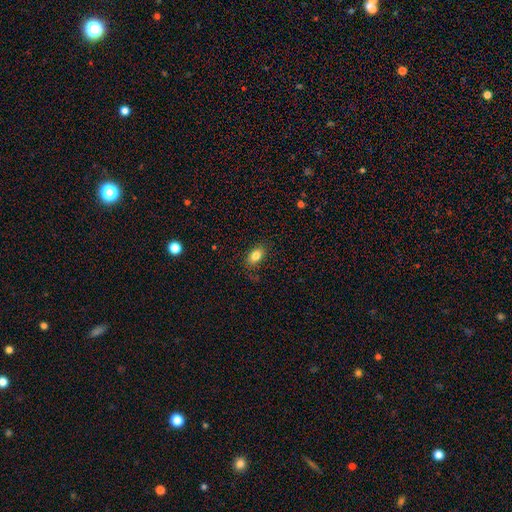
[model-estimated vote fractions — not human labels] A smooth galaxy with no disk features (83%) that is in between round and cigar-shaped (86%). Merging: none (81%).